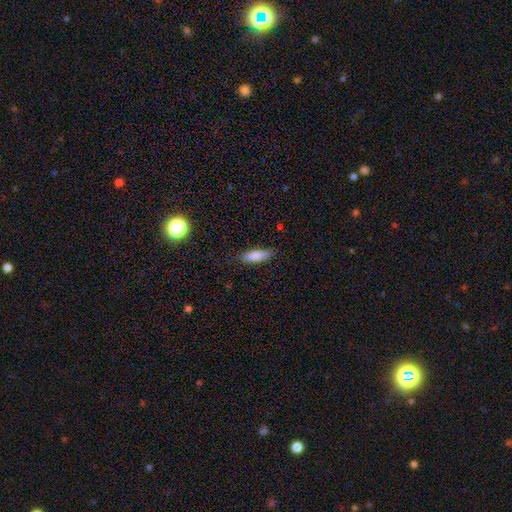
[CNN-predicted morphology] Overall: smooth (84%). How rounded: in between (52%; cigar-shaped 46%). Merging: none (81%).